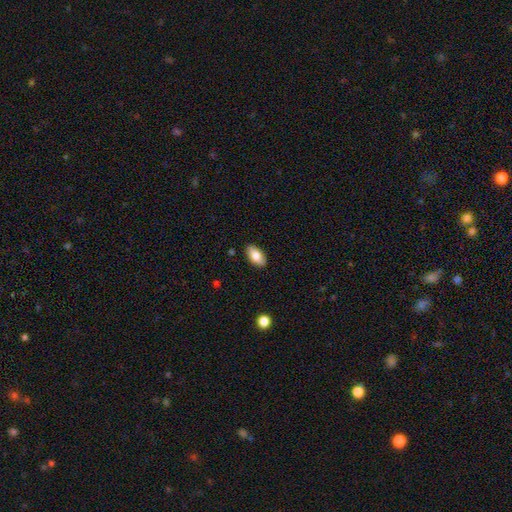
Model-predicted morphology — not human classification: smooth_or_featured: smooth (p=0.79) [alt: featured or disk p=0.14]
how_rounded: in between (p=0.93) [alt: cigar-shaped p=0.04]
merging: none (p=0.89) [alt: minor disturbance p=0.08]